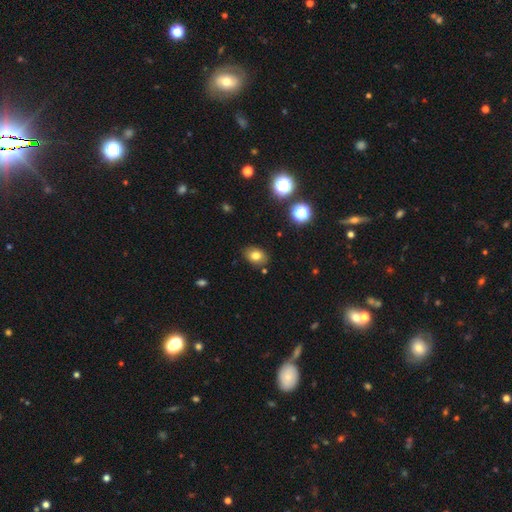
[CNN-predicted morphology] Smooth or featured? smooth (78%)
How rounded? in between (76%)
Merging? none (85%)